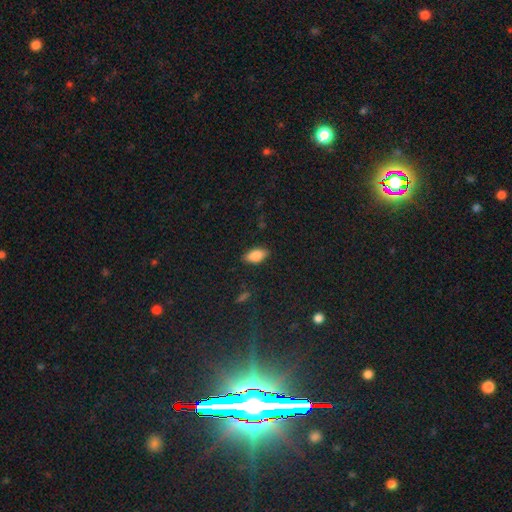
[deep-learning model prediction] smooth-or-featured: smooth: 84% | featured or disk: 9% | star or artifact: 8%
  how-rounded: in between: 91% | cigar-shaped: 6% | round: 3%
  merging: none: 87% | minor disturbance: 10% | major disturbance: 2% | merger: 1%